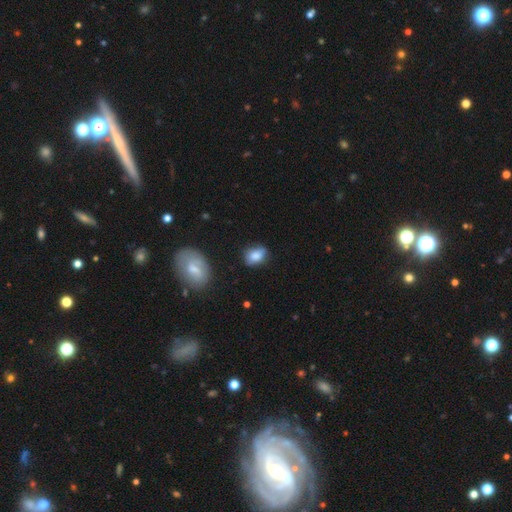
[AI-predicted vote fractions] Q: Smooth or featured?
A: smooth (77%); runner-up: featured or disk (15%)
Q: How rounded?
A: in between (75%); runner-up: round (22%)
Q: Merging?
A: none (69%); runner-up: minor disturbance (24%)